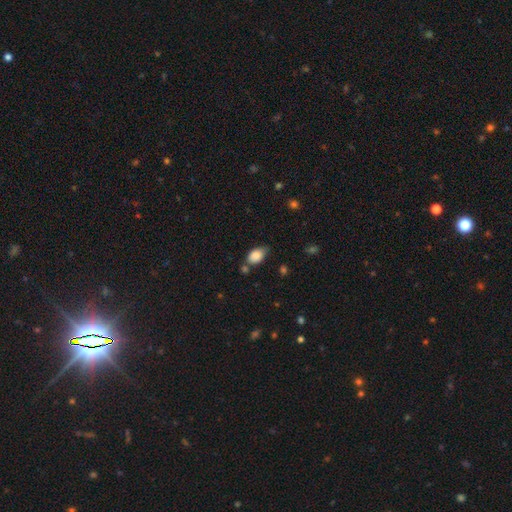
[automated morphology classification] Smooth or featured?
  - smooth: 84% *
  - star or artifact: 8%
  - featured or disk: 8%
How rounded?
  - in between: 87% *
  - round: 11%
  - cigar-shaped: 2%
Merging?
  - none: 49% *
  - minor disturbance: 33%
  - merger: 11%
  - major disturbance: 7%